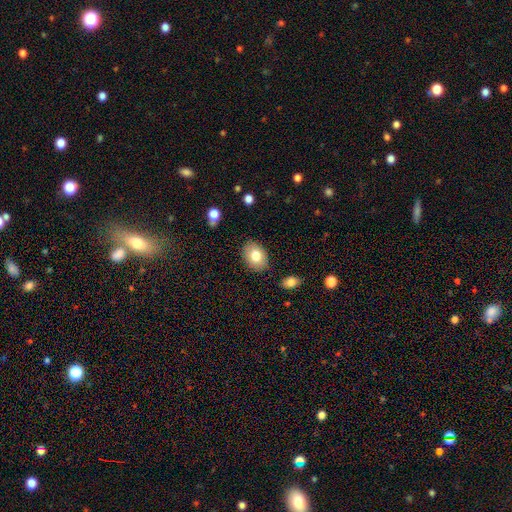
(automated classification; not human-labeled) Smooth or featured? Predicted: smooth (p=0.78). How rounded? Predicted: in between (p=0.72). Merging? Predicted: none (p=0.85).